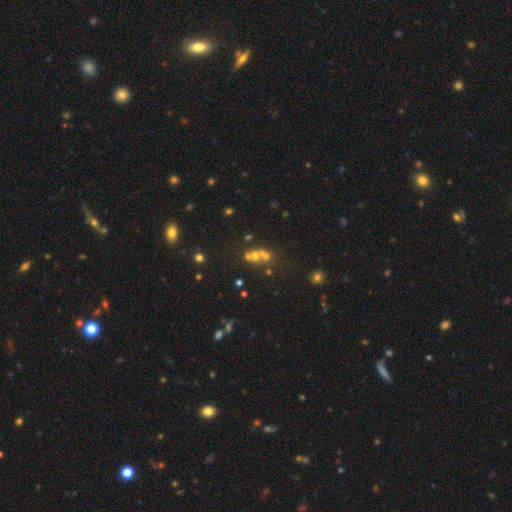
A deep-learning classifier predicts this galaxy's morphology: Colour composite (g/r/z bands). It shows a smooth galaxy with no disk features (47%). Merging: merger (48%).